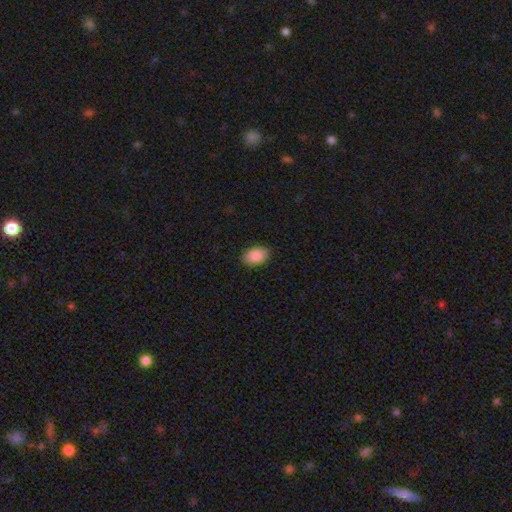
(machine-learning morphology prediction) smooth_or_featured: smooth (p=0.88) [alt: star or artifact p=0.07]
how_rounded: in between (p=0.87) [alt: round p=0.12]
merging: none (p=0.88) [alt: minor disturbance p=0.09]